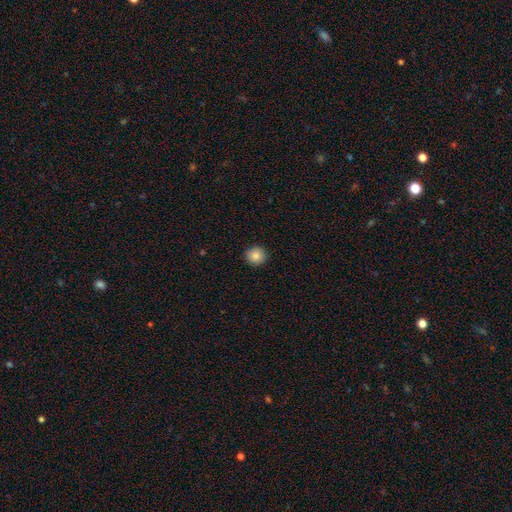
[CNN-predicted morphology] A smooth galaxy with no disk features (85%) that is round (91%).

Vote fractions:
- Smooth or featured? smooth: 85% / star or artifact: 9% / featured or disk: 6%
- How rounded? round: 91% / in between: 8% / cigar-shaped: 1%
- Merging? none: 91% / minor disturbance: 6% / major disturbance: 2% / merger: 1%